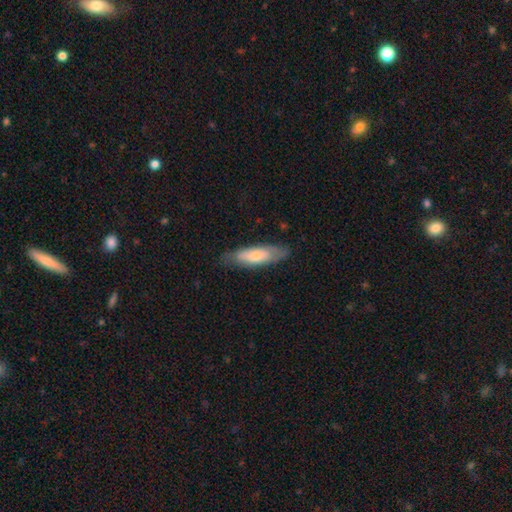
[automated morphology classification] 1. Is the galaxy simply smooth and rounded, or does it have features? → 65% smooth, 29% featured or disk, 6% star or artifact.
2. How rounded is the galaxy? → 50% in between, 49% cigar-shaped, 2% round.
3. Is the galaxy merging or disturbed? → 72% none, 21% minor disturbance, 5% major disturbance, 1% merger.